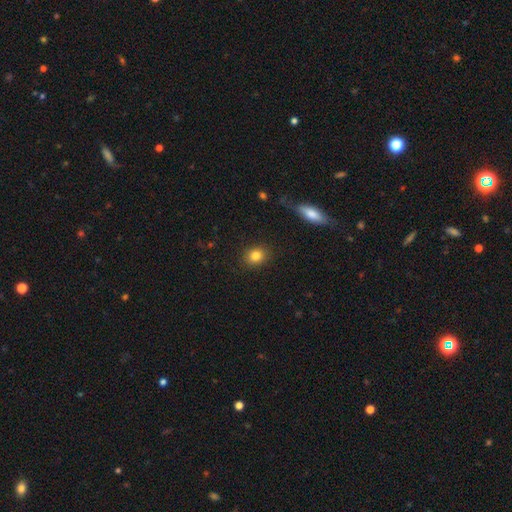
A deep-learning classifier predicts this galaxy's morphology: type=smooth (83%); roundness=round (64%); merging=none (88%).